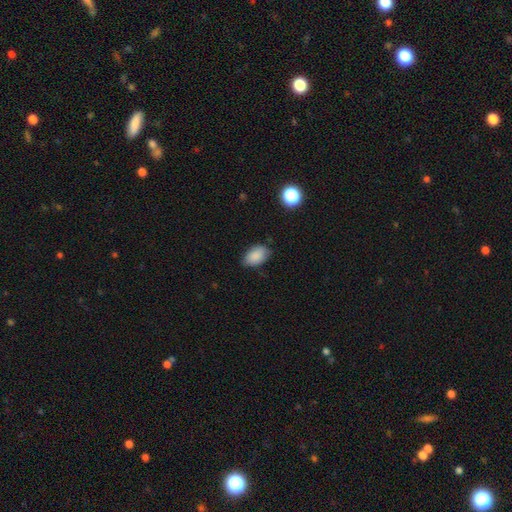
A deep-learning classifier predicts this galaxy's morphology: Q: Smooth or featured?
A: smooth (86%); runner-up: star or artifact (8%)
Q: How rounded?
A: in between (90%); runner-up: round (9%)
Q: Merging?
A: none (75%); runner-up: minor disturbance (20%)